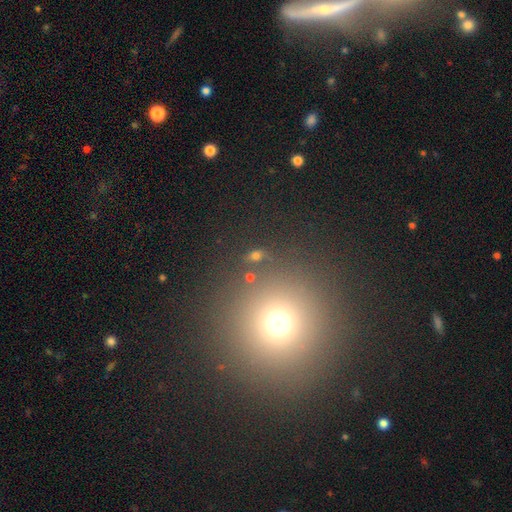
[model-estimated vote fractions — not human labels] Smooth or featured?
  - smooth: 59% *
  - star or artifact: 29%
  - featured or disk: 12%
How rounded?
  - in between: 57% *
  - round: 38%
  - cigar-shaped: 5%
Merging?
  - none: 64% *
  - minor disturbance: 14%
  - merger: 11%
  - major disturbance: 10%